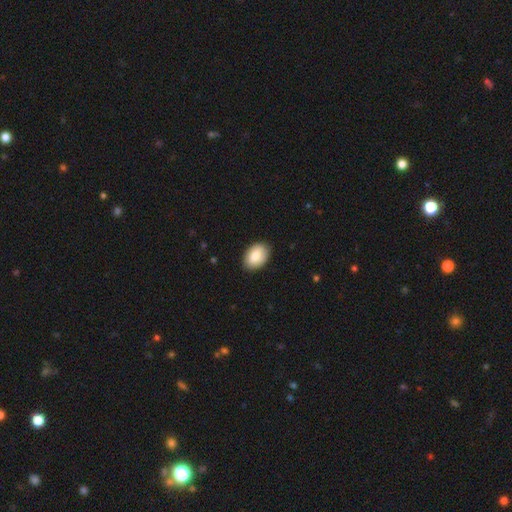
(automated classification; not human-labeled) The model was most divided on "smooth or featured": smooth: 82%, featured or disk: 11%, star or artifact: 6%. More confident: how rounded — in between (89%); merging — none (87%).